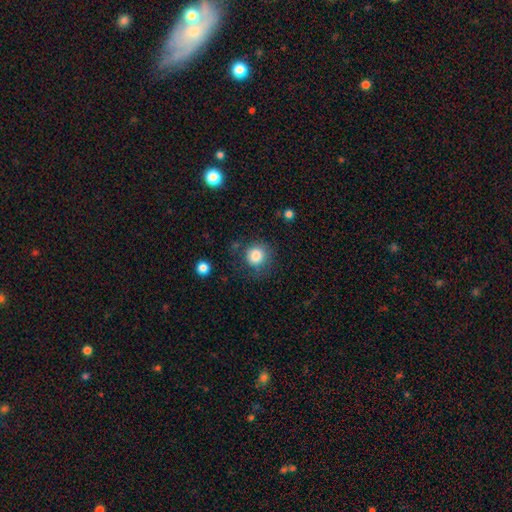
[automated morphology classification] type=smooth (83%); roundness=round (88%); merging=none (70%).